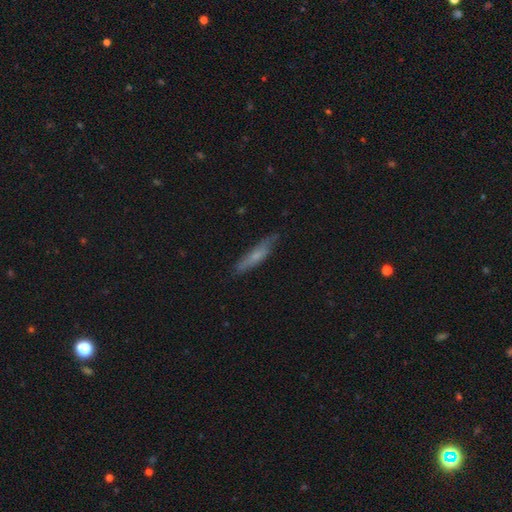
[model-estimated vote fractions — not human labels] This is possibly a smooth galaxy (57%). How rounded: clearly cigar-shaped (86%). Merging: likely none (79%).